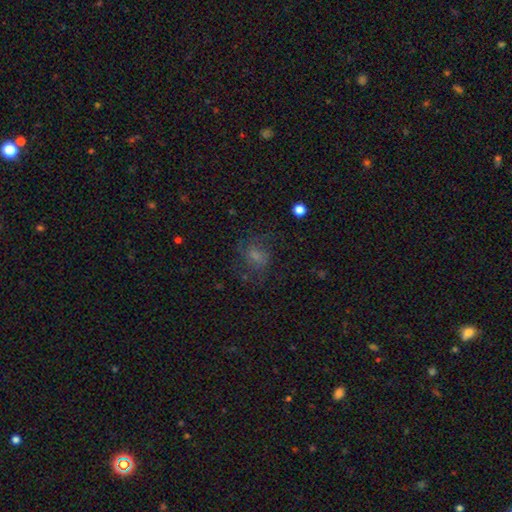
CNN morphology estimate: Smooth or featured? smooth (49%)
Merging? none (59%)